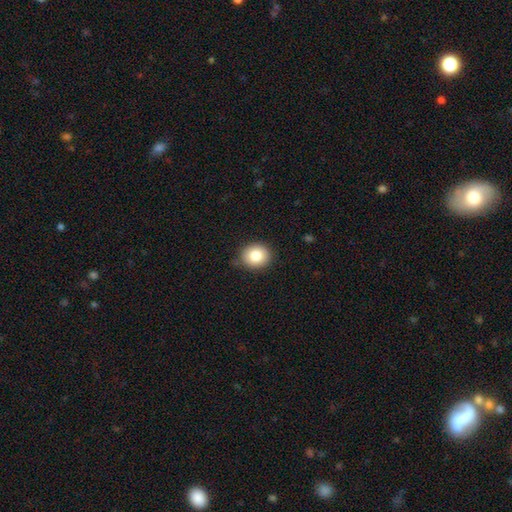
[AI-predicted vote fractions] This appears to be a smooth galaxy with no disk features (83%) that is round (78%). Merging: none (82%).